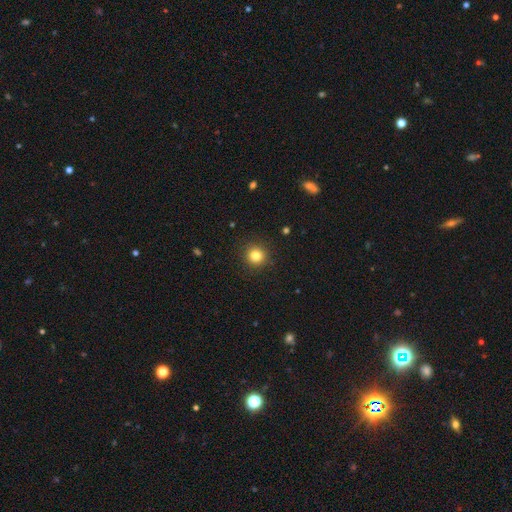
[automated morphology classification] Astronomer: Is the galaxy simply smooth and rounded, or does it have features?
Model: smooth — 82%.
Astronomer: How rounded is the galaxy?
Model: round — 93%.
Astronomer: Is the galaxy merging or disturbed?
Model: none — 91%.